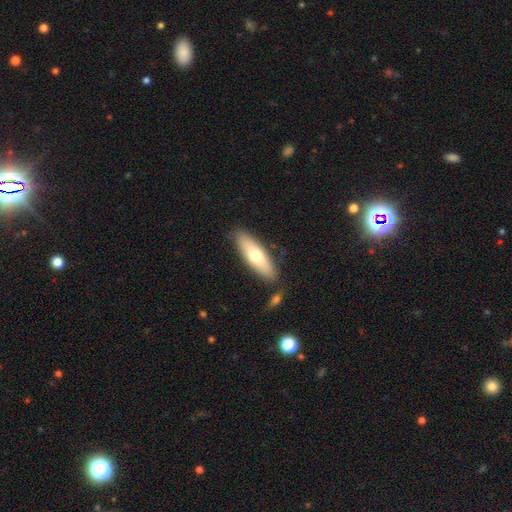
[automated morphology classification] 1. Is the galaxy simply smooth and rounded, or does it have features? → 65% smooth, 29% featured or disk, 5% star or artifact.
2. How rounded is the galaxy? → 52% cigar-shaped, 46% in between, 2% round.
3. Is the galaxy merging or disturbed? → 82% none, 11% minor disturbance, 5% merger, 3% major disturbance.